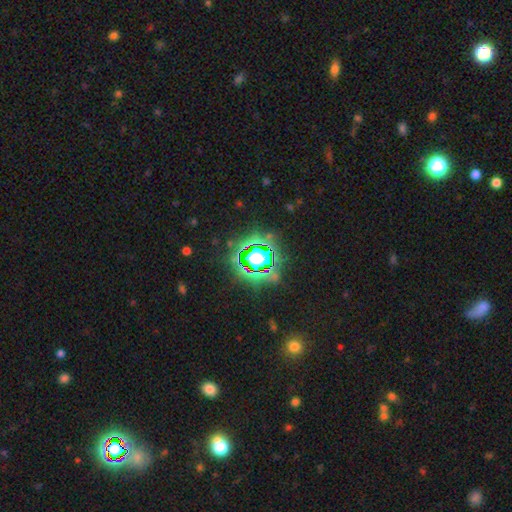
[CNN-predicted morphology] A star or artifact, not a galaxy (78%).

Vote fractions:
- Smooth or featured? star or artifact: 78% / smooth: 13% / featured or disk: 9%